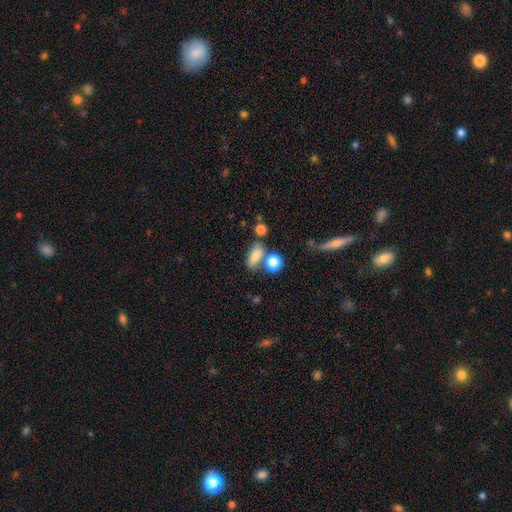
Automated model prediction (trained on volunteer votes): Smooth or featured?
  - smooth: 79% *
  - featured or disk: 11%
  - star or artifact: 10%
How rounded?
  - in between: 76% *
  - round: 14%
  - cigar-shaped: 10%
Merging?
  - none: 53% *
  - merger: 27%
  - minor disturbance: 14%
  - major disturbance: 6%